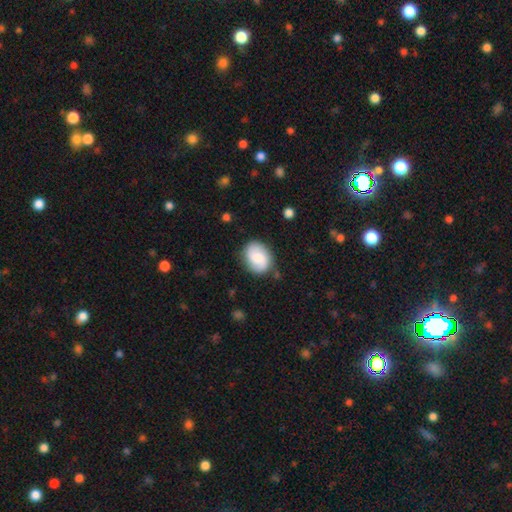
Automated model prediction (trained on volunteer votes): Smooth or featured: smooth — 62% (featured or disk — 31%)
How rounded: in between — 57% (round — 42%)
Merging: none — 79% (minor disturbance — 15%)